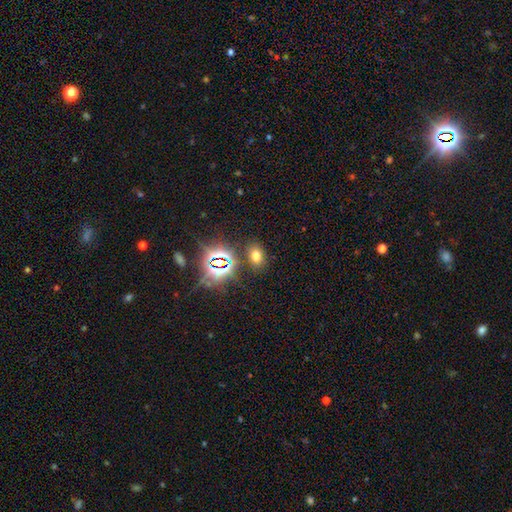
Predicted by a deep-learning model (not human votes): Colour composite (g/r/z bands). It shows a smooth galaxy with no disk features (62%) that is in between round and cigar-shaped (75%). Merging: none (84%).